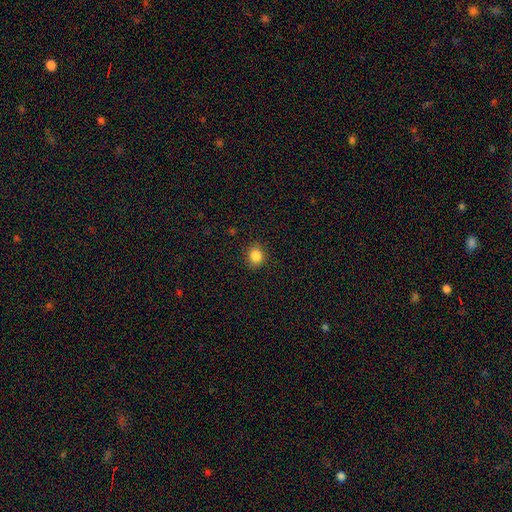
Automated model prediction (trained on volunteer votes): Smooth or featured: smooth — 85% (star or artifact — 11%)
How rounded: round — 67% (in between — 32%)
Merging: none — 87% (minor disturbance — 9%)